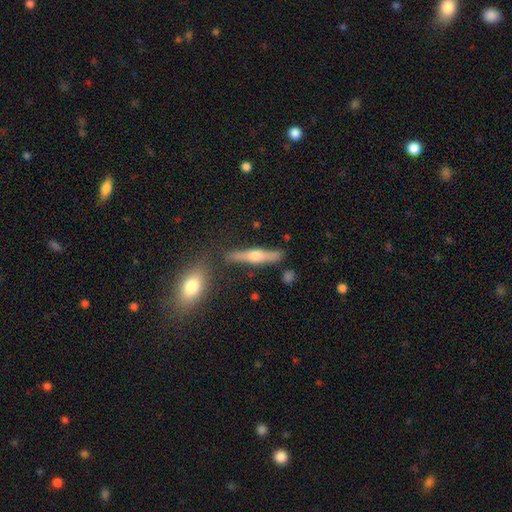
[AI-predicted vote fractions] Smooth or featured: featured or disk — 64% (smooth — 29%)
Edge-on disk: yes — 94% (no — 6%)
Edge-on bulge: rounded — 92% (none — 5%)
Merging: none — 80% (minor disturbance — 11%)